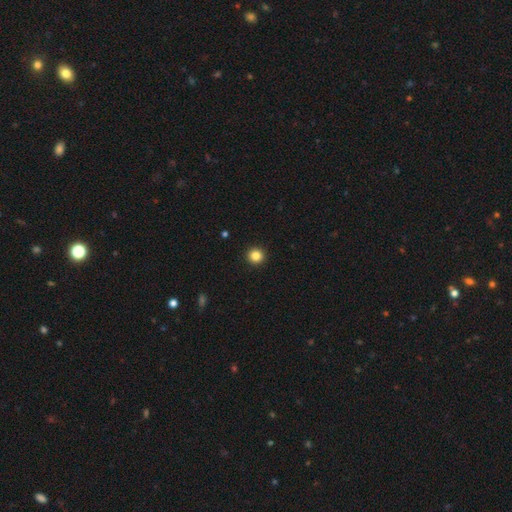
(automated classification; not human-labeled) The model was most divided on "smooth or featured": smooth: 85%, star or artifact: 11%, featured or disk: 4%. More confident: how rounded — round (95%); merging — none (93%).